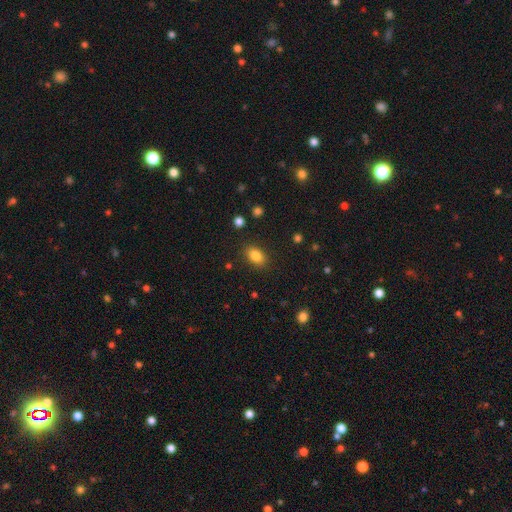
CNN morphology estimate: A smooth galaxy with no disk features (84%) that is in between round and cigar-shaped (82%). Merging: none (86%).